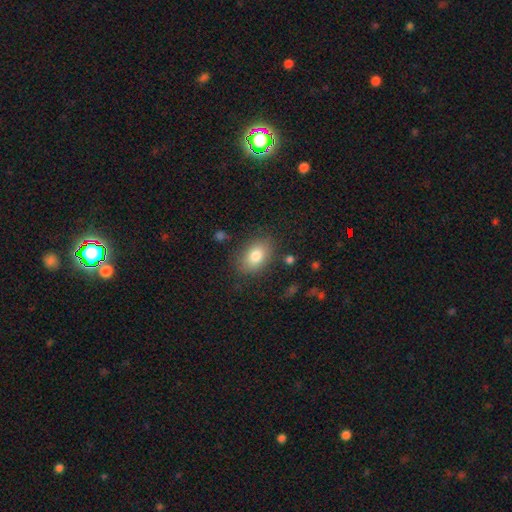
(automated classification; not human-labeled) The model was most divided on "merging": none: 81%, minor disturbance: 13%, major disturbance: 4%, merger: 2%. More confident: how rounded — in between (84%); smooth or featured — smooth (81%).